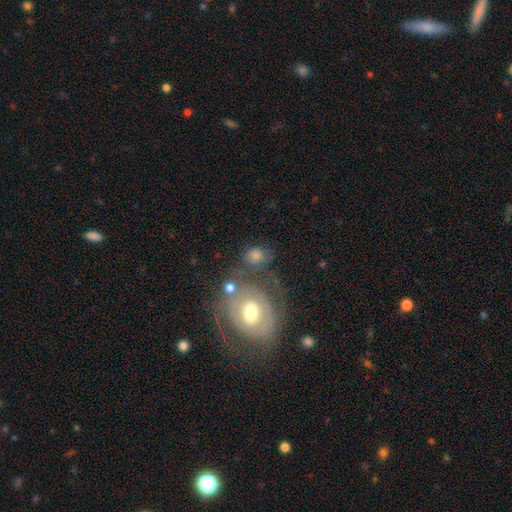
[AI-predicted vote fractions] This appears to be a smooth galaxy with no disk features (64%) that is round (61%). Merging: none (53%).